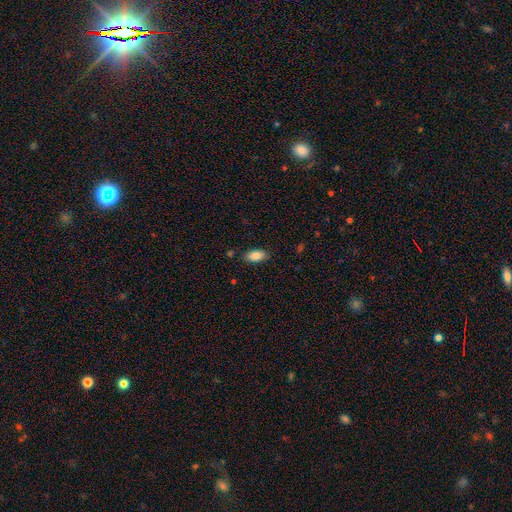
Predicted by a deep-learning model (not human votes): smooth_or_featured: smooth (p=0.86) [alt: star or artifact p=0.07]
how_rounded: in between (p=0.92) [alt: cigar-shaped p=0.06]
merging: none (p=0.84) [alt: minor disturbance p=0.11]